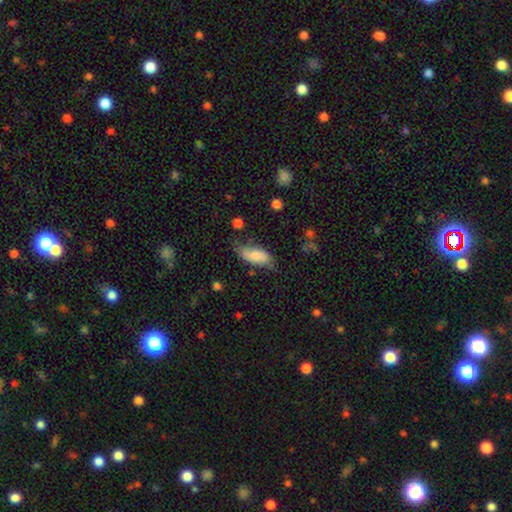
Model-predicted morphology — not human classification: This appears to be a smooth galaxy with no disk features (77%) that is in between round and cigar-shaped (85%). Merging: none (52%).